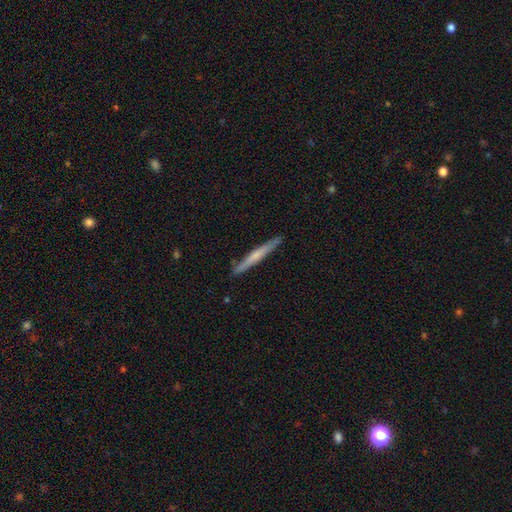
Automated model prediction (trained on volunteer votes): A smooth galaxy with no disk features (48%).

Vote fractions:
- Smooth or featured? smooth: 48% / featured or disk: 46% / star or artifact: 5%
- Merging? none: 90% / minor disturbance: 7% / major disturbance: 1% / merger: 1%